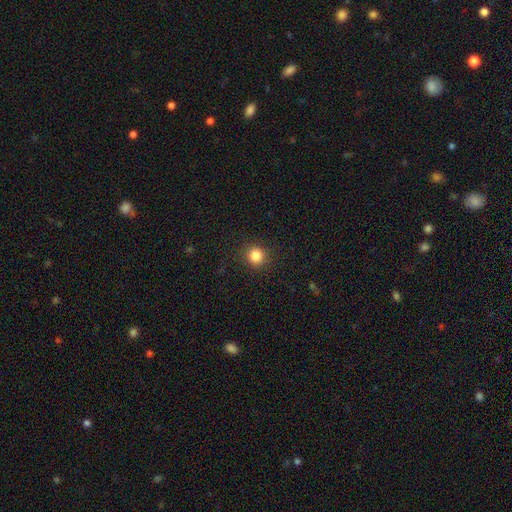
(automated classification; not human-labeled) A smooth galaxy with no disk features (85%) that is round (91%). Merging: none (91%).